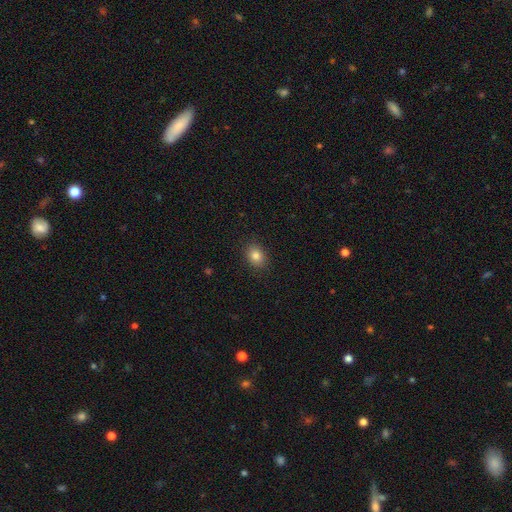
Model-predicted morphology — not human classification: Overall: smooth (83%). How rounded: in between (59%; round 40%). Merging: none (88%).